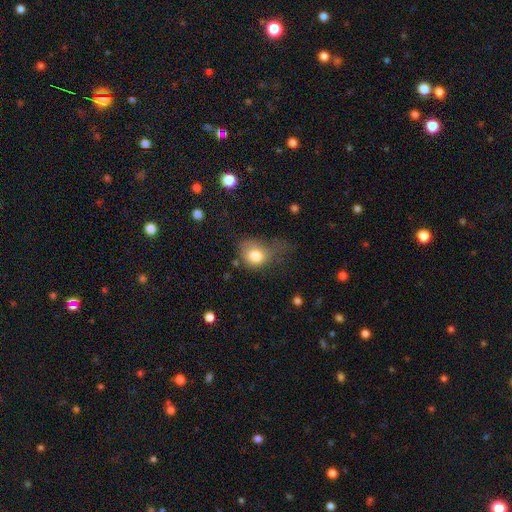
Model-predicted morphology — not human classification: Smooth or featured?
  - smooth: 77% *
  - featured or disk: 12%
  - star or artifact: 10%
How rounded?
  - round: 57% *
  - in between: 42%
  - cigar-shaped: 1%
Merging?
  - major disturbance: 36% *
  - minor disturbance: 33%
  - none: 26%
  - merger: 4%